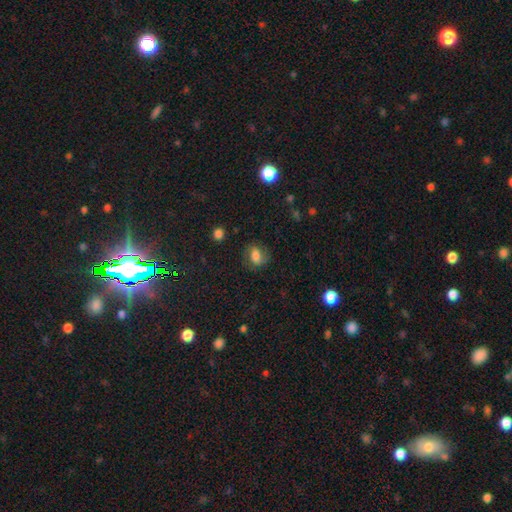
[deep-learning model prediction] This appears to be a smooth galaxy with no disk features (51%) that is in between round and cigar-shaped (62%). Merging: none (72%).